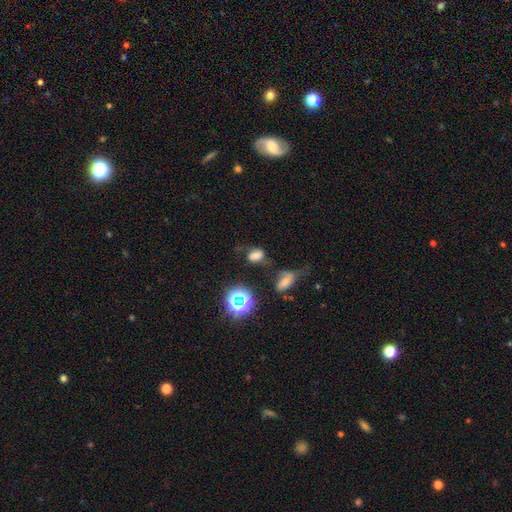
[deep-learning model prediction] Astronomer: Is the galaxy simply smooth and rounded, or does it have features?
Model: smooth — 56%.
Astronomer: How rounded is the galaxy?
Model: in between — 77%.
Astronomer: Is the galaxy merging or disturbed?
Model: none — 48% (runner-up: minor disturbance, 23%).